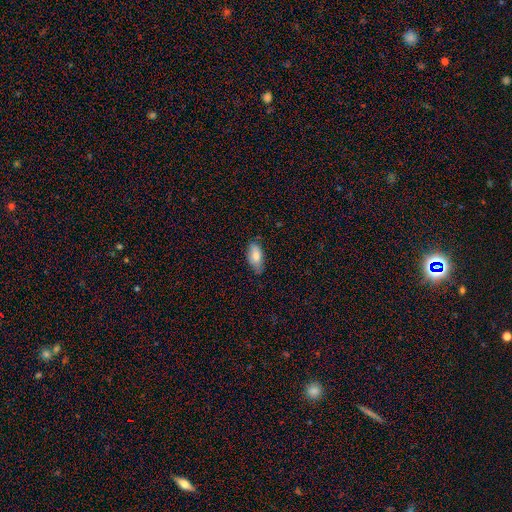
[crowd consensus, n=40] Q: Smooth or featured?
A: smooth (78%); runner-up: featured or disk (12%)
Q: How rounded?
A: in between (84%); runner-up: cigar-shaped (16%)
Q: Merging?
A: none (86%); runner-up: minor disturbance (14%)